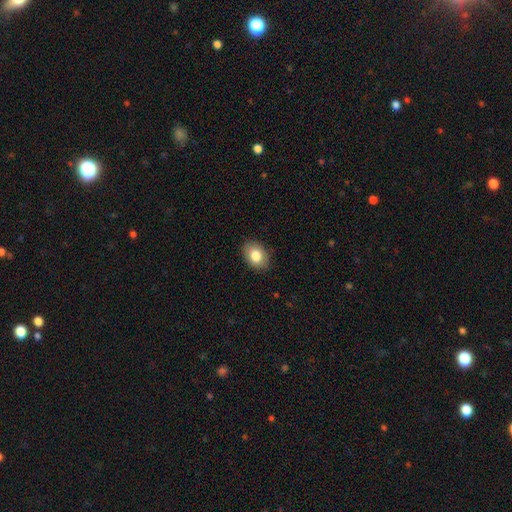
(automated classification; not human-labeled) Smooth or featured?
  - smooth: 82% *
  - featured or disk: 10%
  - star or artifact: 8%
How rounded?
  - in between: 72% *
  - round: 27%
  - cigar-shaped: 1%
Merging?
  - none: 87% *
  - minor disturbance: 10%
  - major disturbance: 2%
  - merger: 1%